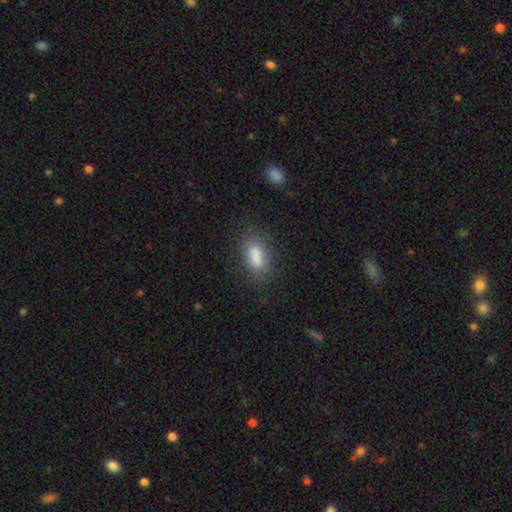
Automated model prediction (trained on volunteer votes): smooth 83%, star or artifact 9%, featured or disk 8%. Down the decision tree: how rounded — in between (79%); merging — none (76%).